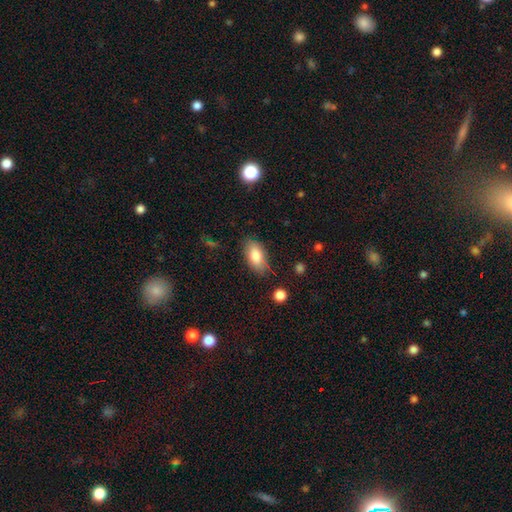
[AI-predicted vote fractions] Smooth or featured?
  - smooth: 82% *
  - featured or disk: 11%
  - star or artifact: 7%
How rounded?
  - in between: 91% *
  - cigar-shaped: 5%
  - round: 4%
Merging?
  - none: 79% *
  - minor disturbance: 15%
  - major disturbance: 4%
  - merger: 2%